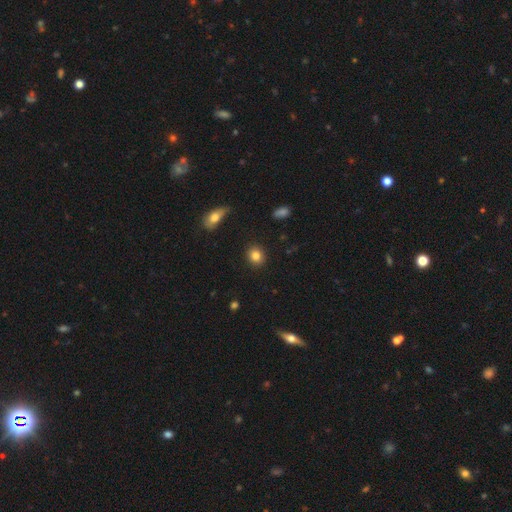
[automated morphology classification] Overall: smooth (85%). How rounded: round (74%). Merging: none (90%).